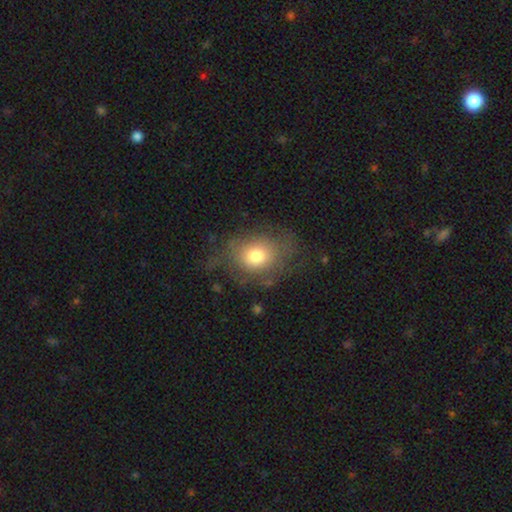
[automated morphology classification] Smooth or featured? Predicted: smooth (p=0.68). How rounded? Predicted: round (p=0.53). Merging? Predicted: none (p=0.55).